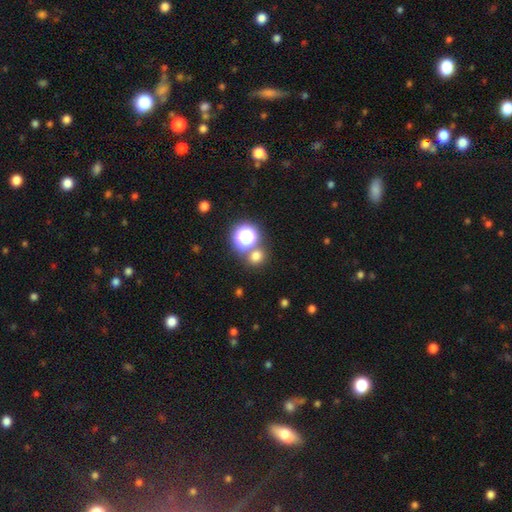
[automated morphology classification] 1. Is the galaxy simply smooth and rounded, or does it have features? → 69% smooth, 24% star or artifact, 6% featured or disk.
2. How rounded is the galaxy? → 84% round, 15% in between, 1% cigar-shaped.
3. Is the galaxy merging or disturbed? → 72% none, 17% merger, 7% minor disturbance, 3% major disturbance.